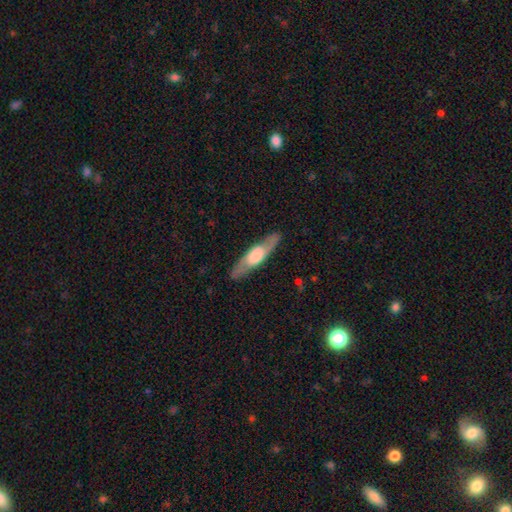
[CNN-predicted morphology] This is possibly a featured or disk galaxy (59%). It is likely viewed edge-on (67%). Merging: clearly none (86%).